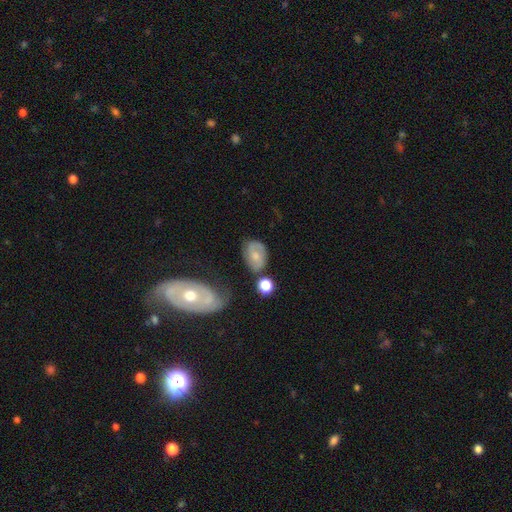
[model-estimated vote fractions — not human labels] This appears to be a smooth galaxy with no disk features (48%). Merging: none (58%).